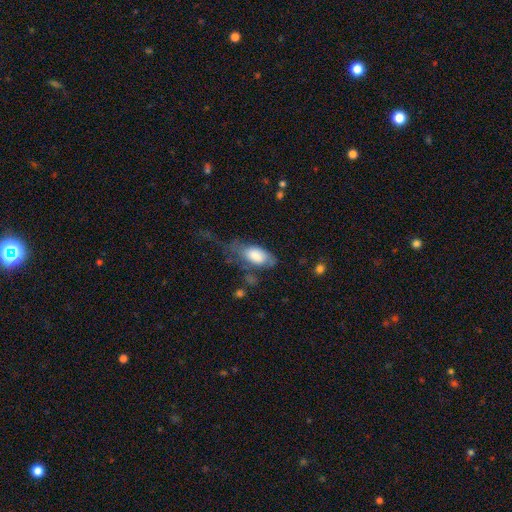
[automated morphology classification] Smooth or featured? smooth (74%)
How rounded? in between (91%)
Merging? major disturbance (43%)